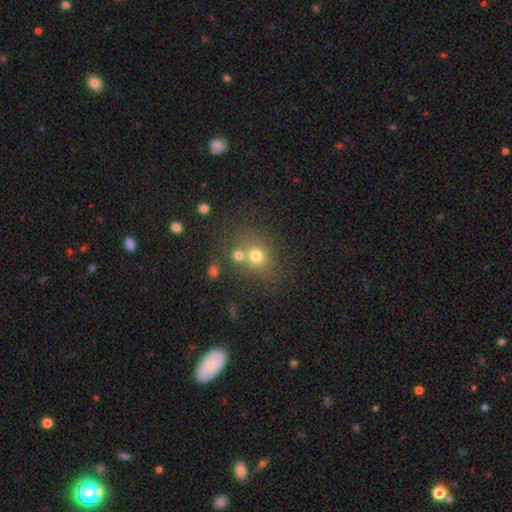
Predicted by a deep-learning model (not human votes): smooth-or-featured: smooth: 70% | star or artifact: 16% | featured or disk: 13%
  how-rounded: round: 73% | in between: 26% | cigar-shaped: 1%
  merging: none: 53% | merger: 33% | minor disturbance: 10% | major disturbance: 5%